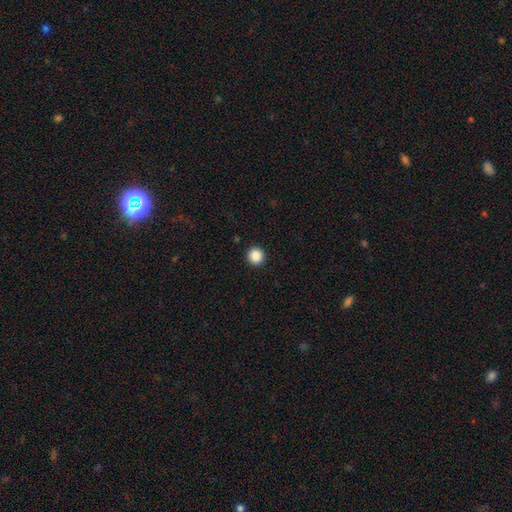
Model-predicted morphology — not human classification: Q: Smooth or featured?
A: smooth (87%); runner-up: star or artifact (10%)
Q: How rounded?
A: round (95%); runner-up: in between (5%)
Q: Merging?
A: none (93%); runner-up: minor disturbance (4%)